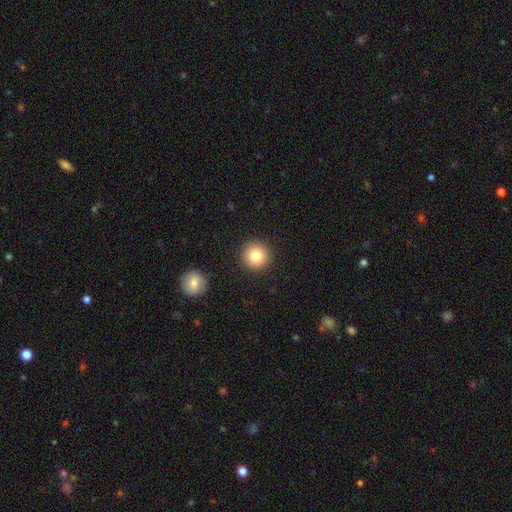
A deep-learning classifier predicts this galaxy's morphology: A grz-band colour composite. It shows a smooth galaxy with no disk features (80%) that is round (96%). Merging: none (92%).